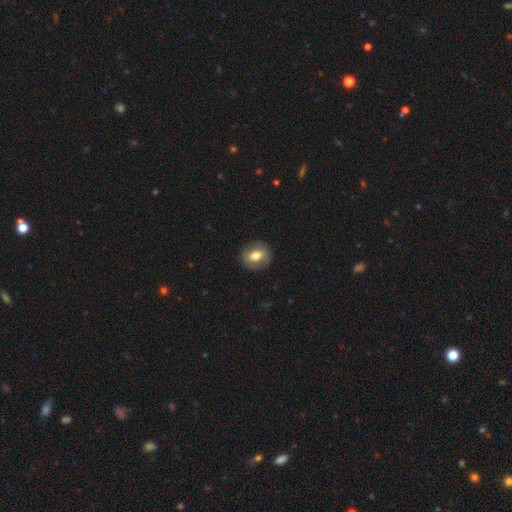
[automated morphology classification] smooth 63%, featured or disk 30%, star or artifact 8%. Down the decision tree: how rounded — round (62%); merging — none (86%).